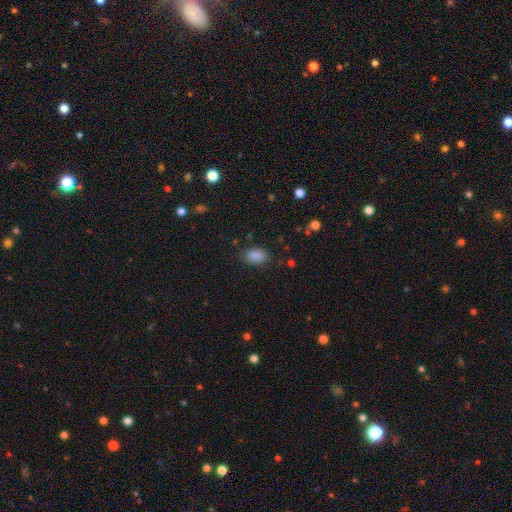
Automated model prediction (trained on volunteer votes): A smooth galaxy with no disk features (87%) that is in between round and cigar-shaped (90%). Merging: none (83%).